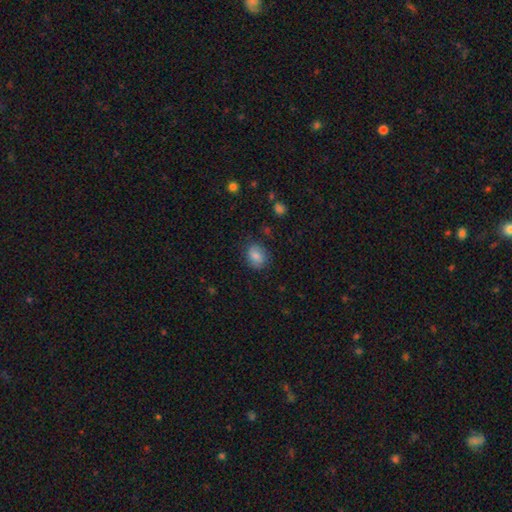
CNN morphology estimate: smooth 80%, featured or disk 11%, star or artifact 9%. Down the decision tree: how rounded — round (60%); merging — none (80%).